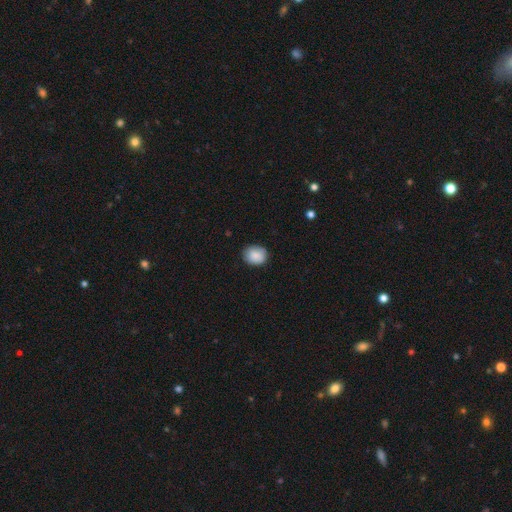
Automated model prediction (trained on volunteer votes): Morphology: type=smooth (89%); roundness=round (58%); merging=none (82%).